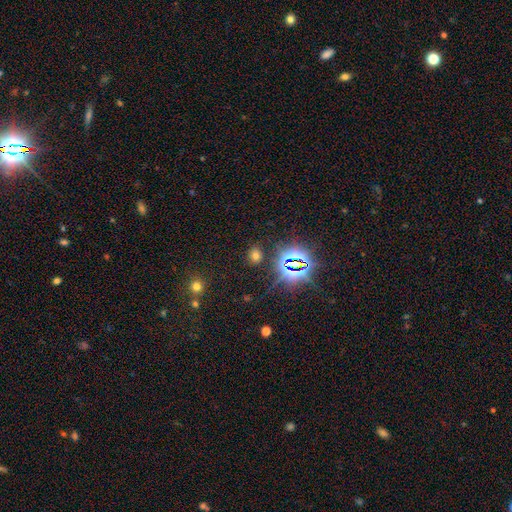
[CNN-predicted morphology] The model was most divided on "smooth or featured": smooth: 57%, star or artifact: 36%, featured or disk: 8%. More confident: merging — none (85%); how rounded — round (60%).